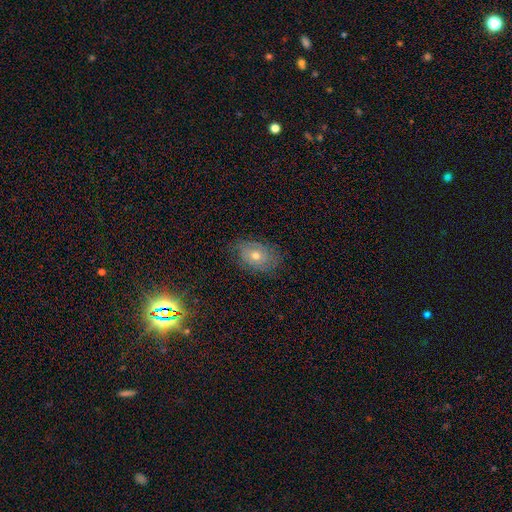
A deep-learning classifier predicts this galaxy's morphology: Smooth or featured? smooth (41%)
Merging? none (75%)